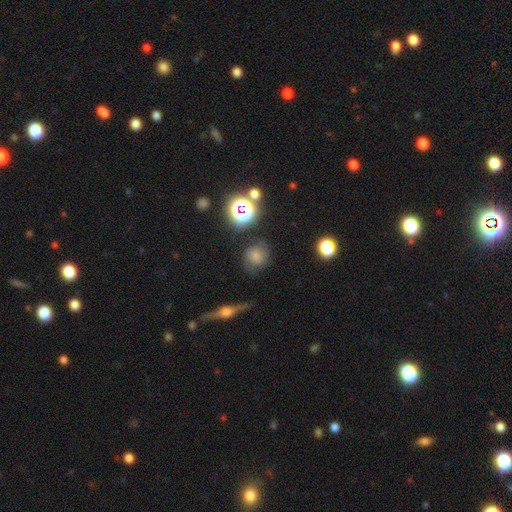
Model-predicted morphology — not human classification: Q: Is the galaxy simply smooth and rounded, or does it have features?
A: smooth — 64%.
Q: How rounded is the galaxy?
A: round — 82%.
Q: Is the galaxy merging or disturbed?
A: none — 68%.